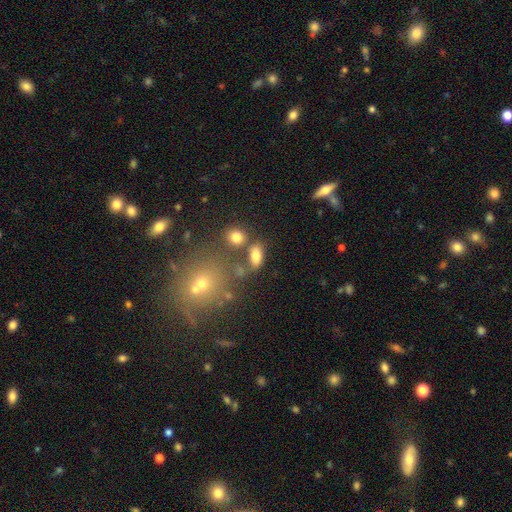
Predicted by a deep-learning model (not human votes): Overall: smooth (76%). How rounded: in between (82%). Merging: none (64%).